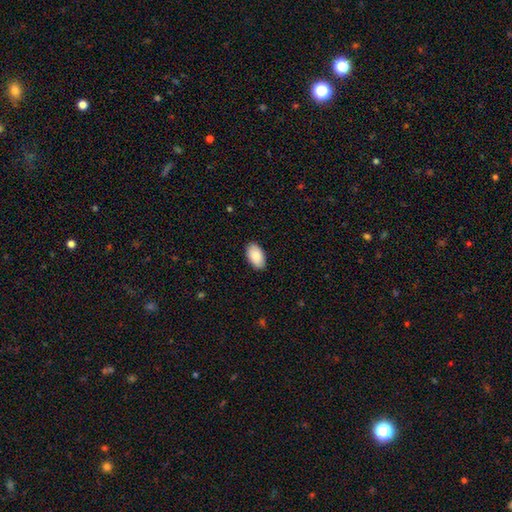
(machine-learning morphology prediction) A smooth galaxy with no disk features (89%) that is in between round and cigar-shaped (95%).

Vote fractions:
- Smooth or featured? smooth: 89% / star or artifact: 6% / featured or disk: 5%
- How rounded? in between: 95% / round: 3% / cigar-shaped: 1%
- Merging? none: 88% / minor disturbance: 9% / major disturbance: 2% / merger: 1%